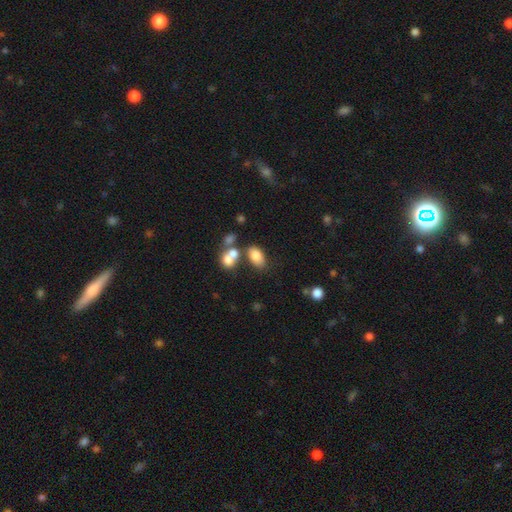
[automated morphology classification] Smooth or featured? Predicted: smooth (p=0.78). How rounded? Predicted: in between (p=0.88). Merging? Predicted: none (p=0.51).